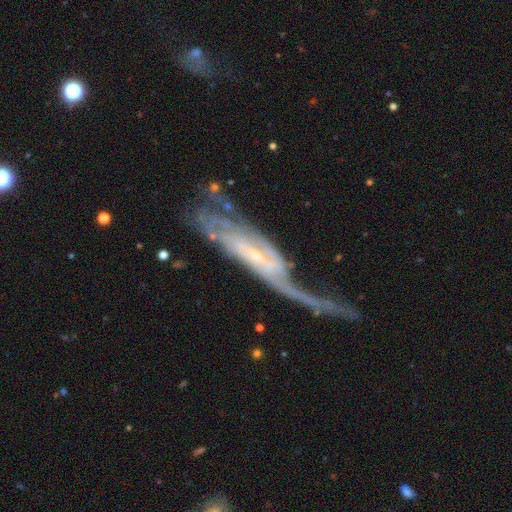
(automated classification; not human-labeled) Smooth or featured: featured or disk — 83% (smooth — 10%)
Edge-on disk: no — 79% (yes — 21%)
Bar: no — 44% (weak — 37%)
Spiral arms: yes — 91% (no — 9%)
Spiral winding: medium — 37% (loose — 32%)
Spiral arm count: 2 — 36% (can't tell — 34%)
Bulge size: small — 74% (moderate — 15%)
Merging: major disturbance — 43% (none — 29%)